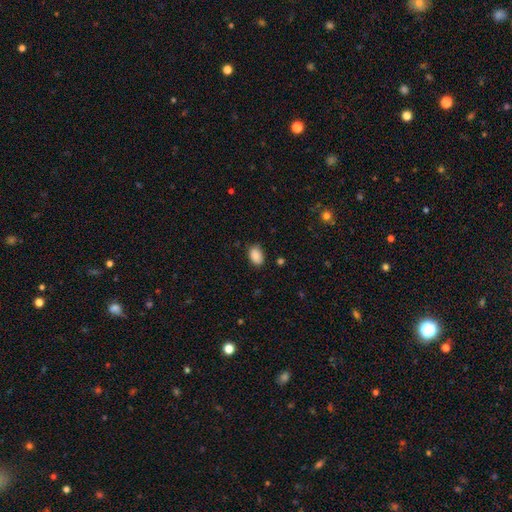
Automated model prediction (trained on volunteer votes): A smooth galaxy with no disk features (88%) that is in between round and cigar-shaped (86%).

Vote fractions:
- Smooth or featured? smooth: 88% / star or artifact: 8% / featured or disk: 4%
- How rounded? in between: 86% / round: 13% / cigar-shaped: 1%
- Merging? none: 79% / minor disturbance: 16% / major disturbance: 3% / merger: 1%